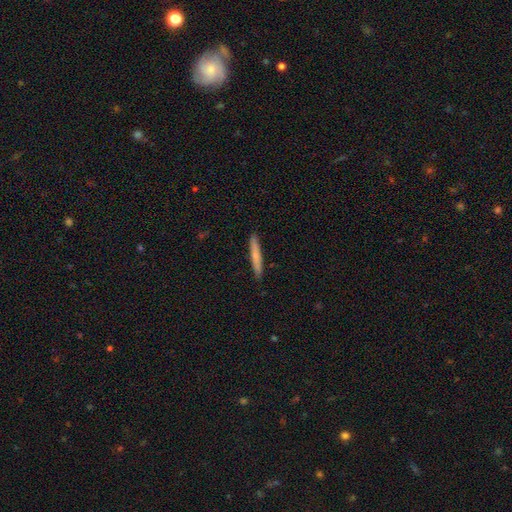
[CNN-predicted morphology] smooth_or_featured: smooth (p=0.69) [alt: featured or disk p=0.25]
how_rounded: cigar-shaped (p=0.96) [alt: in between p=0.03]
merging: none (p=0.91) [alt: minor disturbance p=0.07]